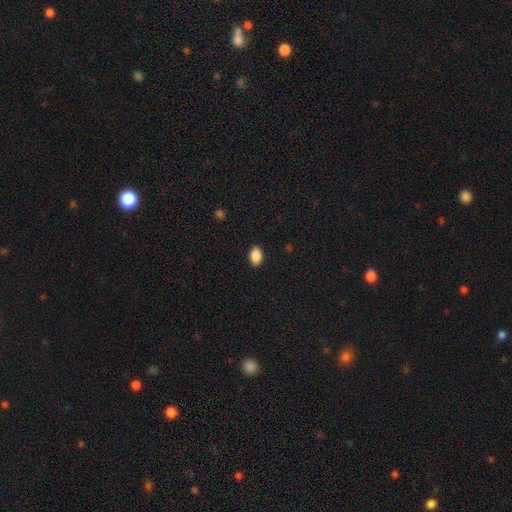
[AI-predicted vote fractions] Smooth or featured? smooth (89%)
How rounded? in between (90%)
Merging? none (90%)